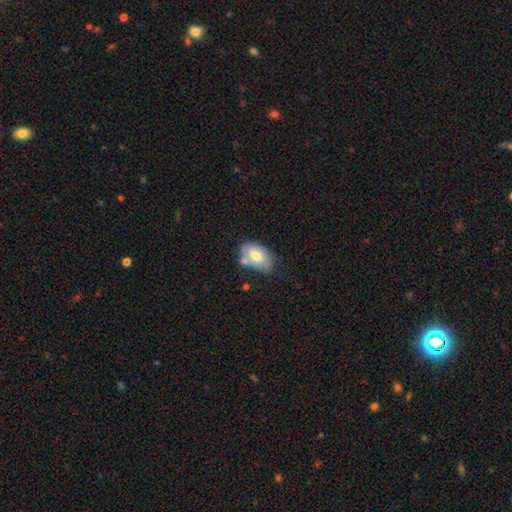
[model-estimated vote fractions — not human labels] The model was most divided on "merging": none: 50%, minor disturbance: 25%, merger: 19%, major disturbance: 6%. More confident: how rounded — in between (90%); smooth or featured — smooth (67%).